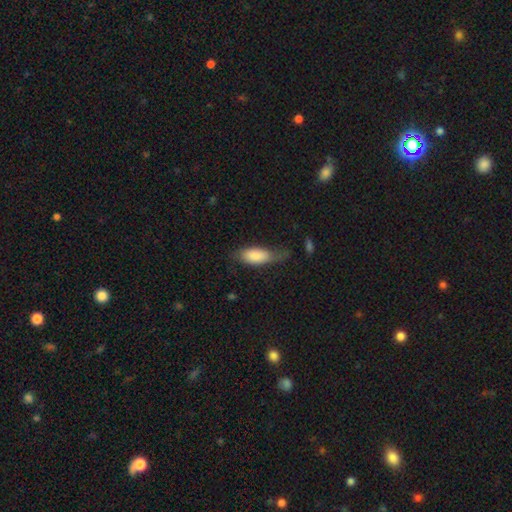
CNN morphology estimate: Smooth or featured? Predicted: smooth (p=0.81). How rounded? Predicted: in between (p=0.83). Merging? Predicted: none (p=0.42).